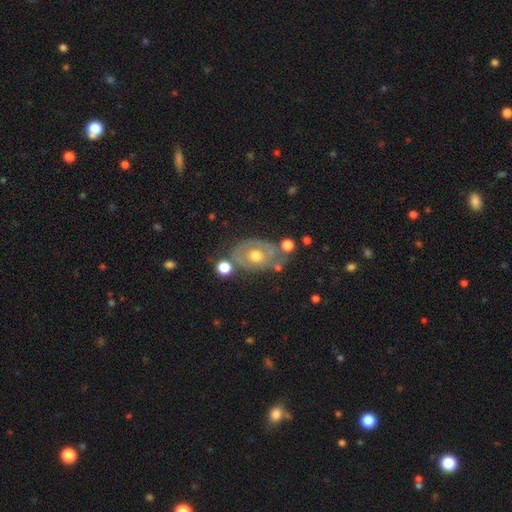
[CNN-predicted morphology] smooth-or-featured: featured or disk: 67% | smooth: 25% | star or artifact: 8%
  disk-edge-on: no: 94% | yes: 6%
    bar: no: 83% | weak: 13% | strong: 4%
    has-spiral-arms: no: 54% | yes: 46%
    bulge-size: moderate: 73% | small: 15% | large: 9% | none: 1% | dominant: 1%
  merging: none: 63% | minor disturbance: 19% | major disturbance: 9% | merger: 9%